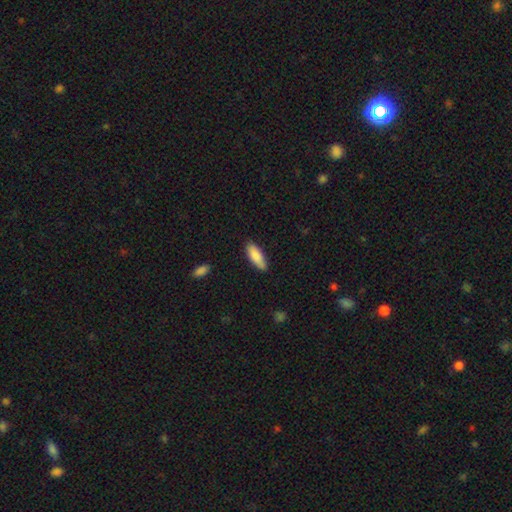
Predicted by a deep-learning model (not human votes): A smooth galaxy with no disk features (87%) that is in between round and cigar-shaped (62%). Merging: none (82%).